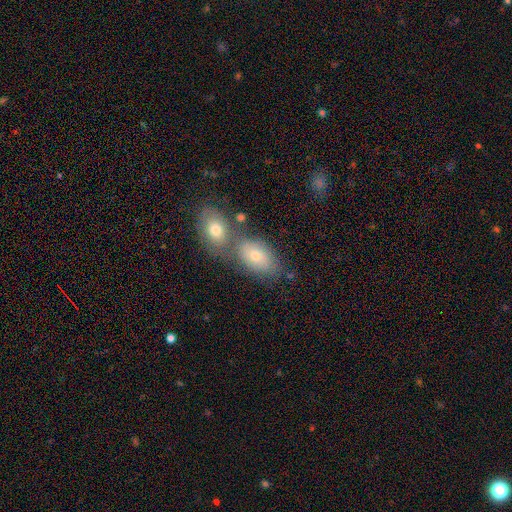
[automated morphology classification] A smooth galaxy with no disk features (70%) that is in between round and cigar-shaped (88%). Merging: none (47%).